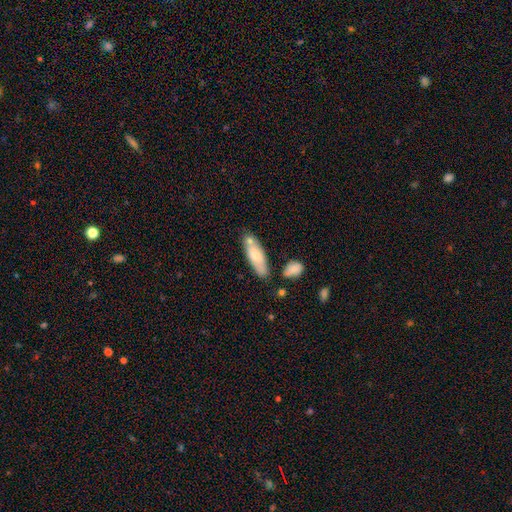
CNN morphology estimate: type=smooth (69%); roundness=in between (54%); merging=none (61%).